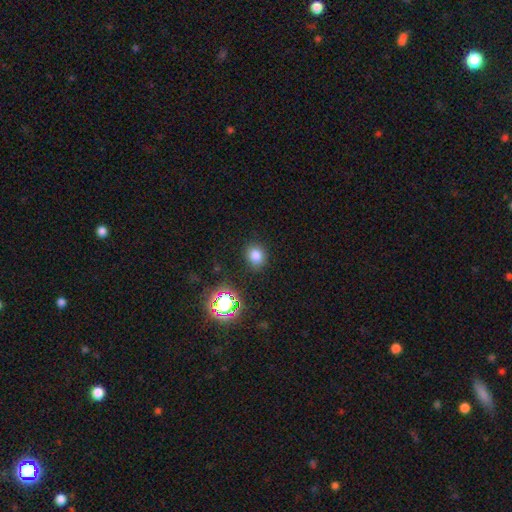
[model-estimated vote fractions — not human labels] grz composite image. It shows a smooth galaxy with no disk features (78%) that is round (67%). Merging: none (86%).